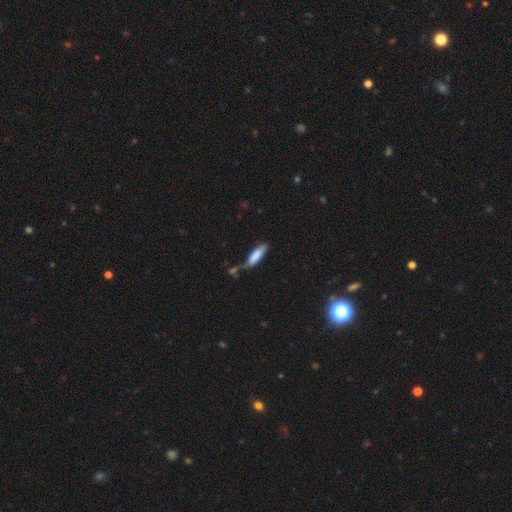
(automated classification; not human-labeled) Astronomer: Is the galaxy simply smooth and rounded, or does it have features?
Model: smooth — 81%.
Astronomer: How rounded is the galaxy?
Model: in between — 51% (runner-up: cigar-shaped, 48%).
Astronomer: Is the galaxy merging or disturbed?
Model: none — 48% (runner-up: minor disturbance, 25%).